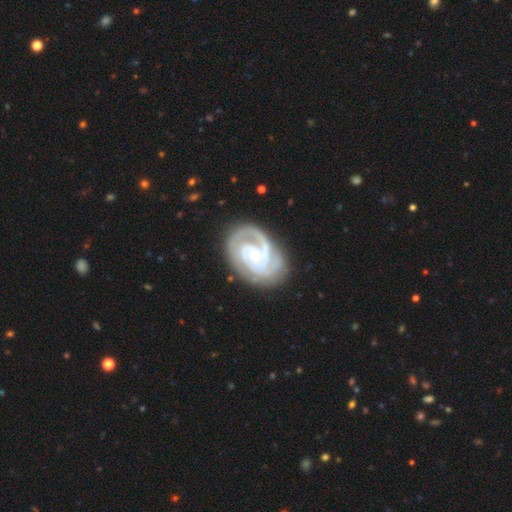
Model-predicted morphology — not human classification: Overall: featured or disk (90%). Edge-on disk: no (98%). Bar: no (64%; weak 27%). Spiral arms: yes (98%). Spiral arm count: 2 (44%; 3 24%). Spiral winding: tight (71%). Bulge size: small (75%). Merging: none (73%).